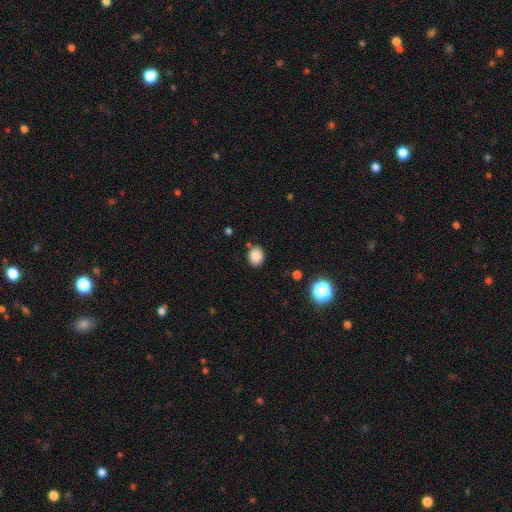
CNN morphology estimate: A smooth galaxy with no disk features (84%) that is round (54%).

Vote fractions:
- Smooth or featured? smooth: 84% / star or artifact: 10% / featured or disk: 6%
- How rounded? round: 54% / in between: 45% / cigar-shaped: 1%
- Merging? none: 80% / minor disturbance: 14% / merger: 4% / major disturbance: 3%